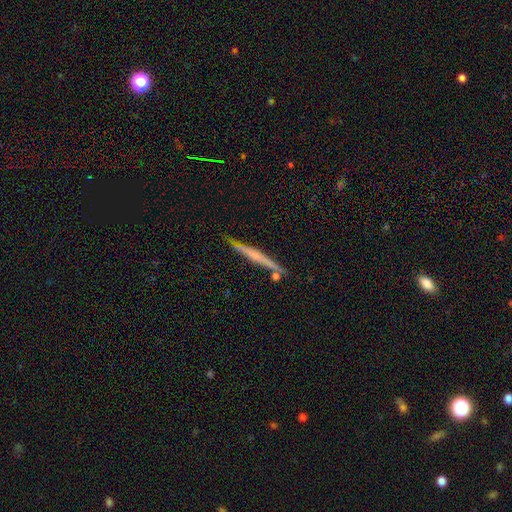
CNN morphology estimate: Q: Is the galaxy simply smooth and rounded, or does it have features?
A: featured or disk — 61%.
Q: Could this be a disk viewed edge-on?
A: yes — 97%.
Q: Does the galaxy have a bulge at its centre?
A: none — 59%.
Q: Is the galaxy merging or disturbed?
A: none — 84%.